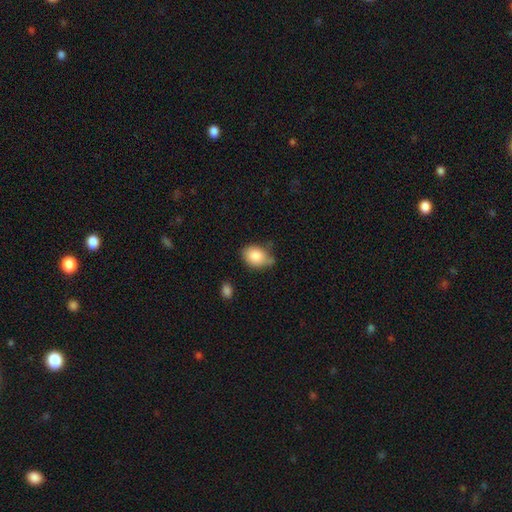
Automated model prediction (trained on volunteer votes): smooth 84%, star or artifact 8%, featured or disk 8%. Down the decision tree: how rounded — in between (66%); merging — none (54%).